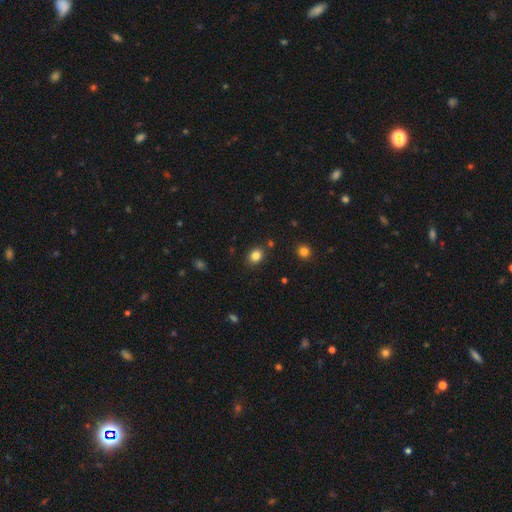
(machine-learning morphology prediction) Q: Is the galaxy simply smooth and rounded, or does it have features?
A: smooth — 83%.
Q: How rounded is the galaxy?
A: in between — 57%.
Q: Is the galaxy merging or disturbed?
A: none — 84%.